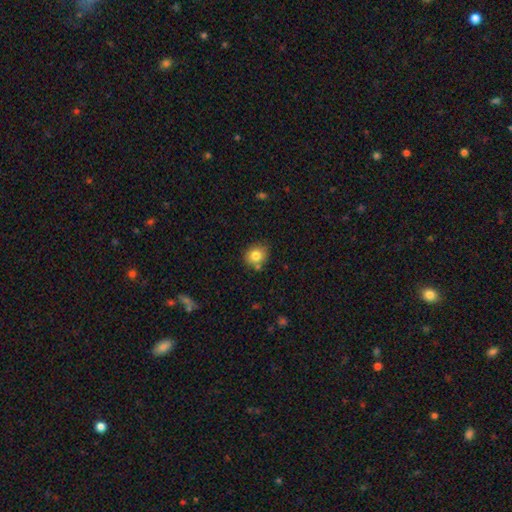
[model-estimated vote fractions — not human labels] A smooth galaxy with no disk features (81%) that is round (70%). Merging: none (74%).